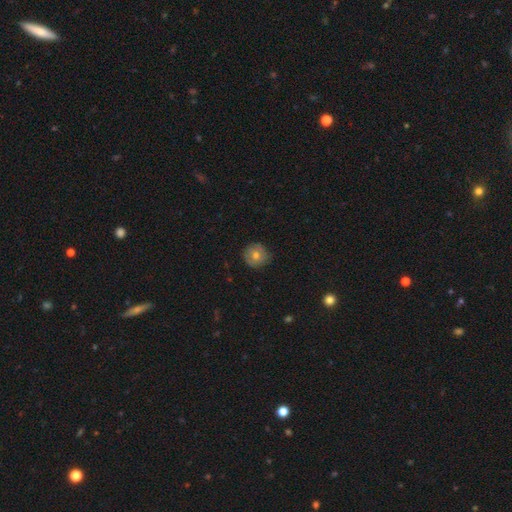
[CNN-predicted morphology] This is likely a smooth galaxy (66%). How rounded: clearly round (93%). Merging: clearly none (83%).